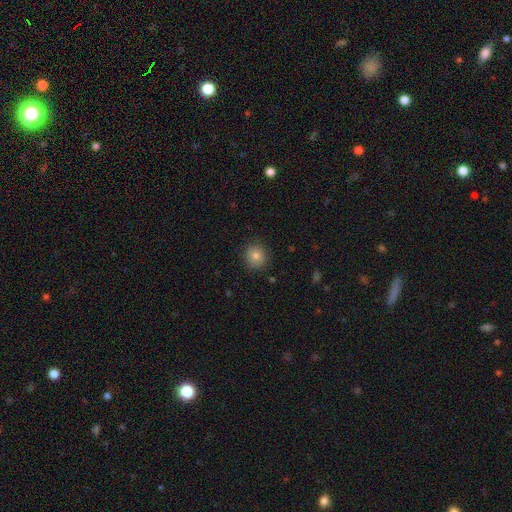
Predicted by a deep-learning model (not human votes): Smooth or featured? smooth (79%)
How rounded? round (88%)
Merging? none (88%)